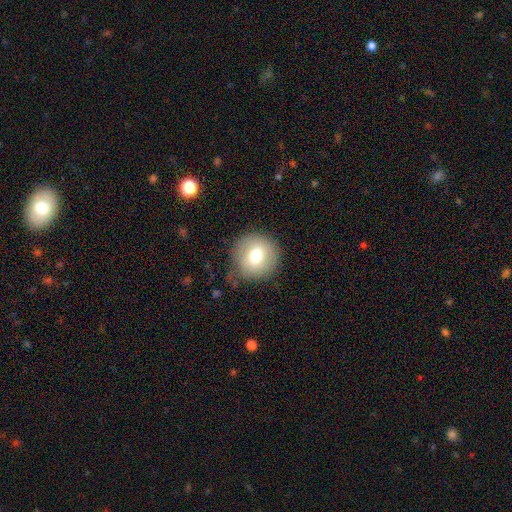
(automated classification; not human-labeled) A smooth galaxy with no disk features (73%) that is round (93%). Merging: none (79%).